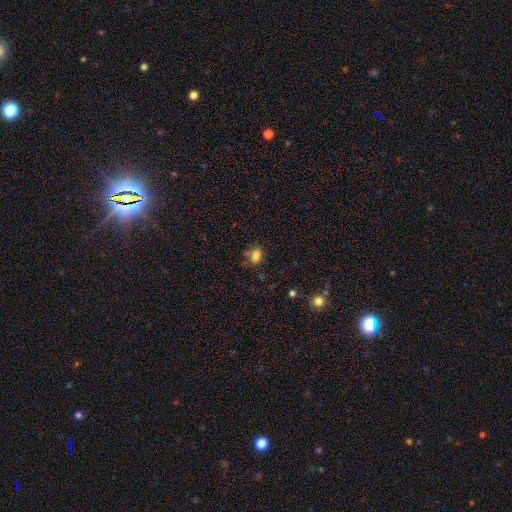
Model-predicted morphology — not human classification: This appears to be a smooth galaxy with no disk features (79%) that is in between round and cigar-shaped (74%). Merging: none (66%).